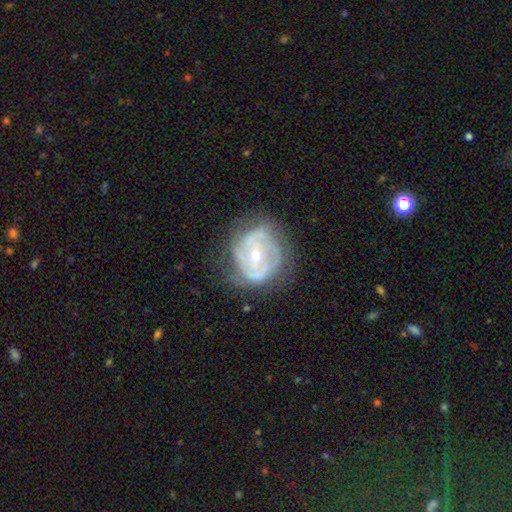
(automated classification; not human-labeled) smooth_or_featured: featured or disk (p=0.81) [alt: smooth p=0.13]
disk_edge_on: no (p=0.97) [alt: yes p=0.03]
bar: no (p=0.62) [alt: weak p=0.27]
has_spiral_arms: yes (p=0.79) [alt: no p=0.21]
spiral_winding: tight (p=0.59) [alt: medium p=0.30]
spiral_arm_count: can't tell (p=0.36) [alt: 2 p=0.29]
bulge_size: moderate (p=0.57) [alt: small p=0.40]
merging: none (p=0.59) [alt: minor disturbance p=0.25]